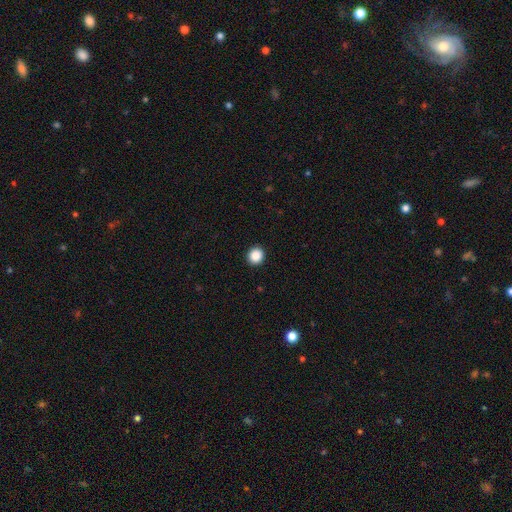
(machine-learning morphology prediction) type=smooth (88%); roundness=round (92%); merging=none (93%).